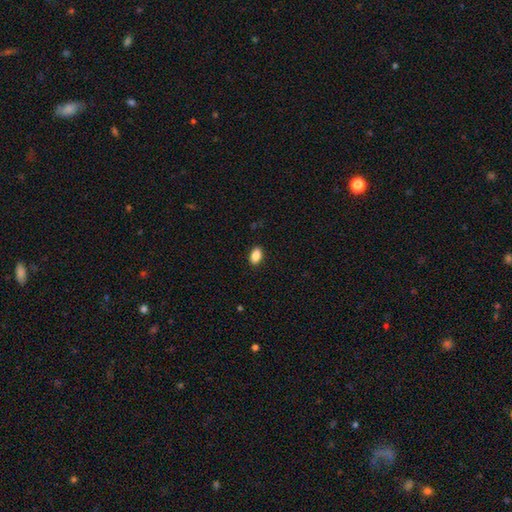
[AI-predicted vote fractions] A smooth galaxy with no disk features (87%) that is in between round and cigar-shaped (89%).

Vote fractions:
- Smooth or featured? smooth: 87% / star or artifact: 8% / featured or disk: 4%
- How rounded? in between: 89% / round: 9% / cigar-shaped: 2%
- Merging? none: 89% / minor disturbance: 8% / major disturbance: 2% / merger: 1%